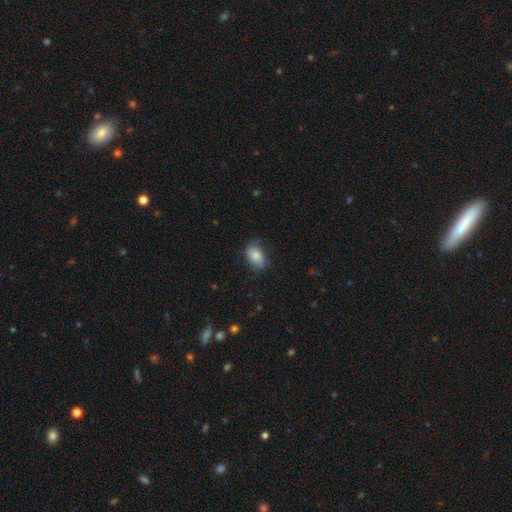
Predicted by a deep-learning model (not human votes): Smooth or featured?
  - smooth: 78% *
  - featured or disk: 14%
  - star or artifact: 8%
How rounded?
  - in between: 86% *
  - round: 13%
  - cigar-shaped: 2%
Merging?
  - none: 68% *
  - minor disturbance: 24%
  - major disturbance: 6%
  - merger: 1%